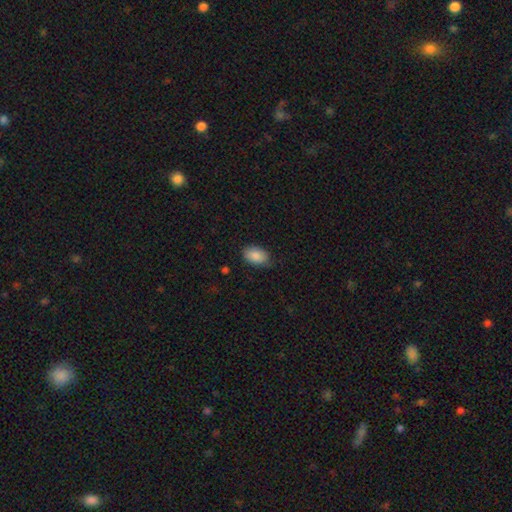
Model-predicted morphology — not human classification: Smooth or featured?
  - smooth: 87% *
  - star or artifact: 7%
  - featured or disk: 6%
How rounded?
  - in between: 90% *
  - round: 9%
  - cigar-shaped: 1%
Merging?
  - none: 77% *
  - minor disturbance: 19%
  - major disturbance: 3%
  - merger: 1%